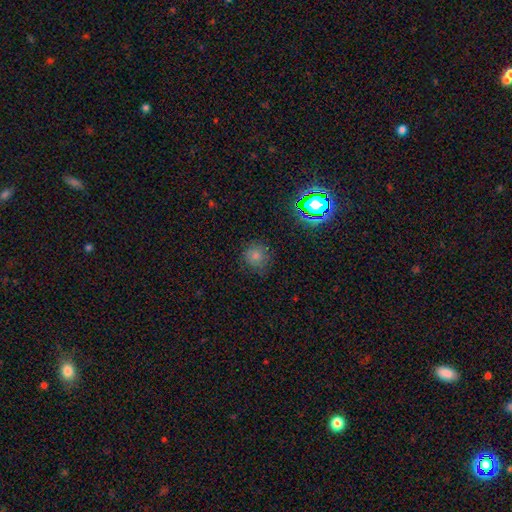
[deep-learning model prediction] Smooth or featured? Predicted: smooth (p=0.73). How rounded? Predicted: round (p=0.89). Merging? Predicted: none (p=0.78).